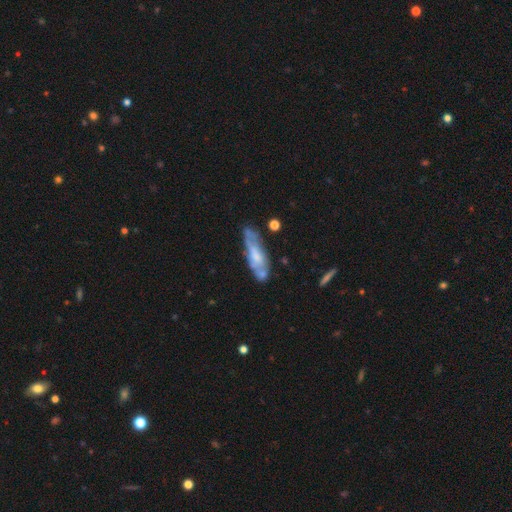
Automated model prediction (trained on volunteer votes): Overall: featured or disk (48%; smooth 45%). Merging: none (50%; minor disturbance 27%).